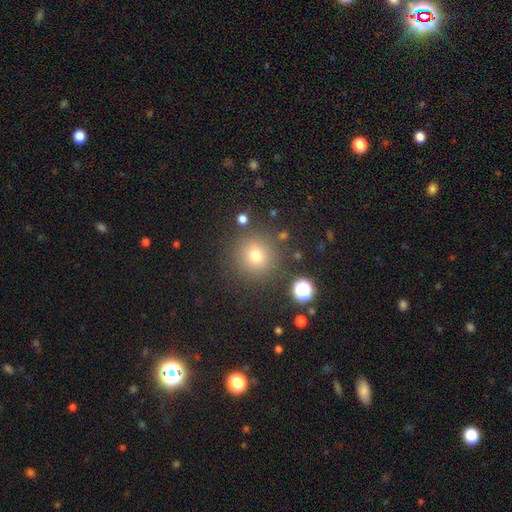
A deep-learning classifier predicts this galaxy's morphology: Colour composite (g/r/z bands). It shows a smooth galaxy with no disk features (71%) that is round (94%). Merging: none (87%).